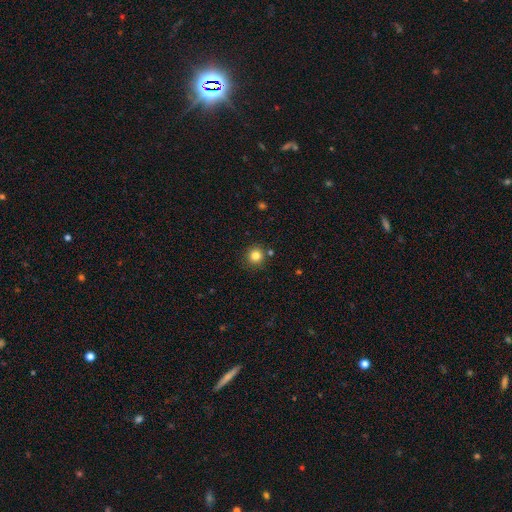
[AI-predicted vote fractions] smooth-or-featured: smooth: 82% | star or artifact: 12% | featured or disk: 5%
  how-rounded: round: 94% | in between: 5% | cigar-shaped: 1%
  merging: none: 87% | minor disturbance: 7% | merger: 4% | major disturbance: 2%